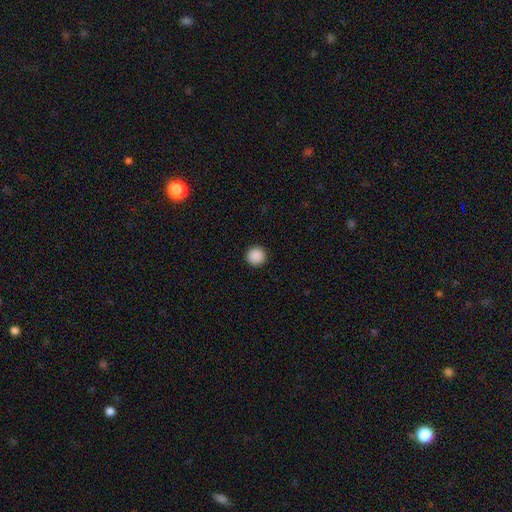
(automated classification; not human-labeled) This appears to be a smooth galaxy with no disk features (89%) that is round (96%). Merging: none (94%).